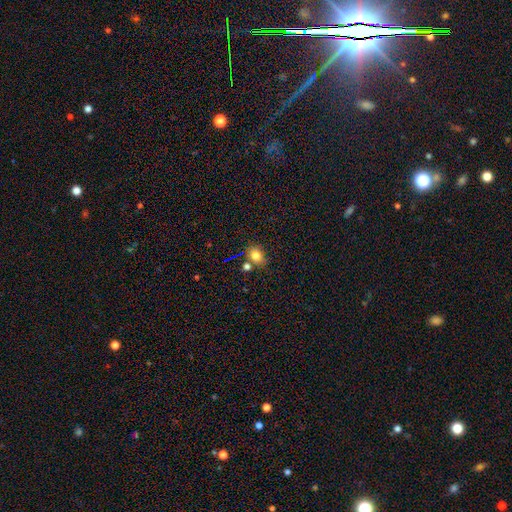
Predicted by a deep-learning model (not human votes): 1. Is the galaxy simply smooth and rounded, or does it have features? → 78% smooth, 13% star or artifact, 9% featured or disk.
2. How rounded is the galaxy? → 50% in between, 49% round, 1% cigar-shaped.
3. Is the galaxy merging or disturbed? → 69% none, 14% merger, 13% minor disturbance, 4% major disturbance.